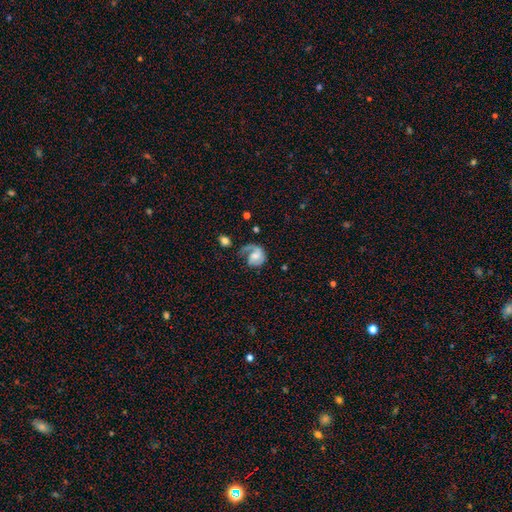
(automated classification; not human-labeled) Smooth or featured: featured or disk — 66% (smooth — 26%)
Edge-on disk: no — 98% (yes — 2%)
Bar: no — 60% (weak — 33%)
Spiral arms: yes — 90% (no — 10%)
Spiral winding: medium — 40% (loose — 32%)
Spiral arm count: 1 — 63% (2 — 28%)
Bulge size: moderate — 40% (small — 37%)
Merging: none — 41% (major disturbance — 33%)